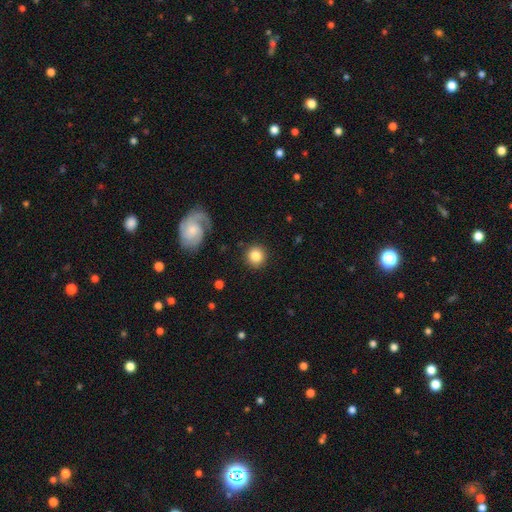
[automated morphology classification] Smooth or featured? smooth (81%)
How rounded? round (93%)
Merging? none (90%)